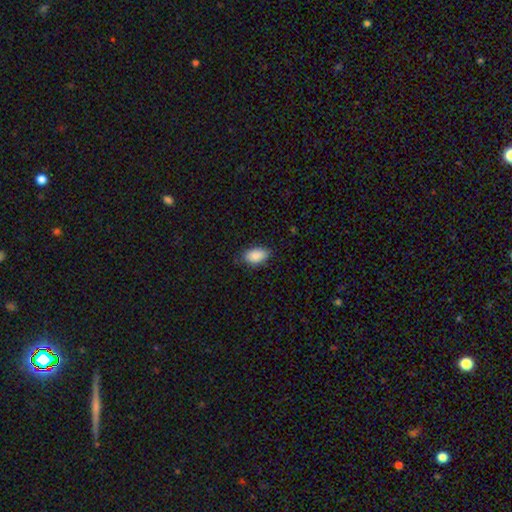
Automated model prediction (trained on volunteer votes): Overall: smooth (89%). How rounded: in between (93%). Merging: none (78%).